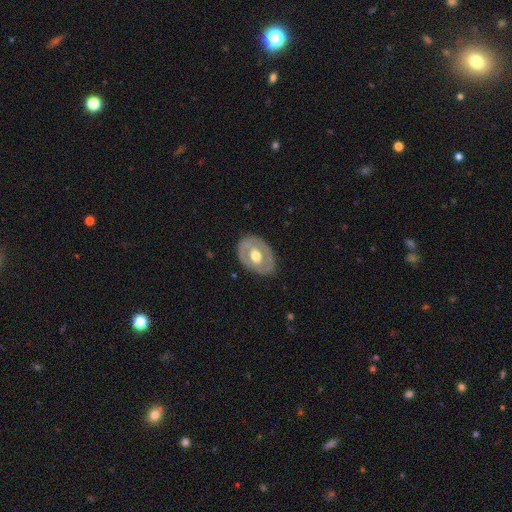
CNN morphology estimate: smooth-or-featured: featured or disk: 56% | smooth: 39% | star or artifact: 5%
  disk-edge-on: no: 91% | yes: 9%
    bar: no: 77% | weak: 16% | strong: 6%
    has-spiral-arms: no: 85% | yes: 15%
    bulge-size: moderate: 70% | large: 22% | small: 7% | dominant: 1% | none: 1%
  merging: none: 80% | minor disturbance: 14% | major disturbance: 5% | merger: 1%